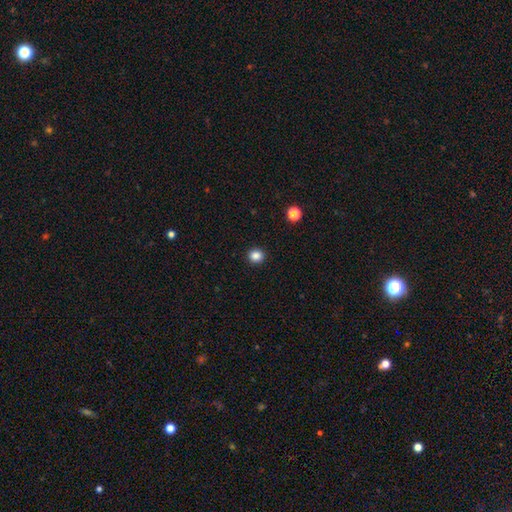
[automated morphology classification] smooth_or_featured: smooth (p=0.85) [alt: star or artifact p=0.11]
how_rounded: round (p=0.88) [alt: in between p=0.11]
merging: none (p=0.93) [alt: minor disturbance p=0.05]